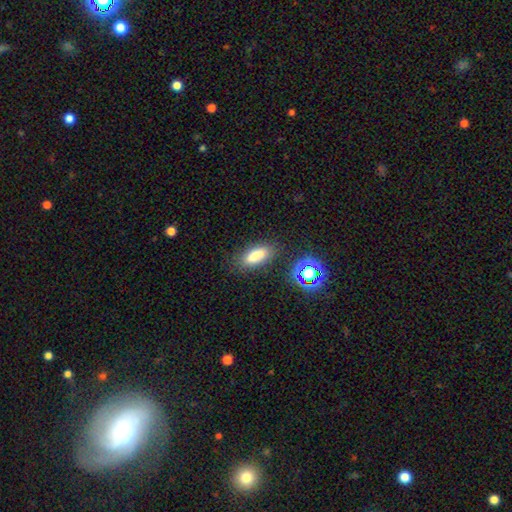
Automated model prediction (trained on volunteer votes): This is clearly a smooth galaxy (81%). How rounded: likely in between (77%). Merging: clearly none (83%).